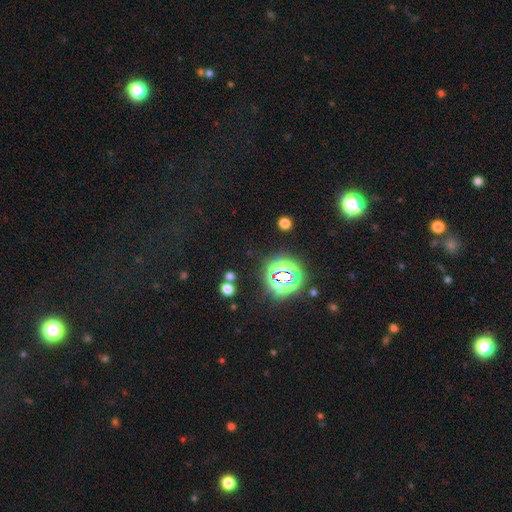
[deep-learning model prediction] star or artifact 71%, smooth 20%, featured or disk 9%.